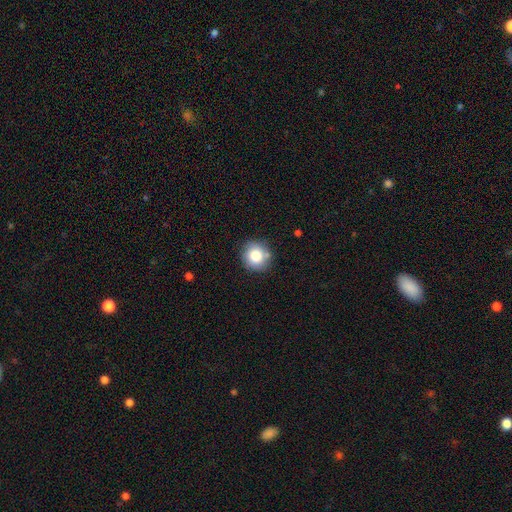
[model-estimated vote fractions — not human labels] A smooth galaxy with no disk features (82%) that is round (90%).

Vote fractions:
- Smooth or featured? smooth: 82% / star or artifact: 9% / featured or disk: 9%
- How rounded? round: 90% / in between: 9% / cigar-shaped: 1%
- Merging? none: 81% / minor disturbance: 12% / merger: 4% / major disturbance: 3%